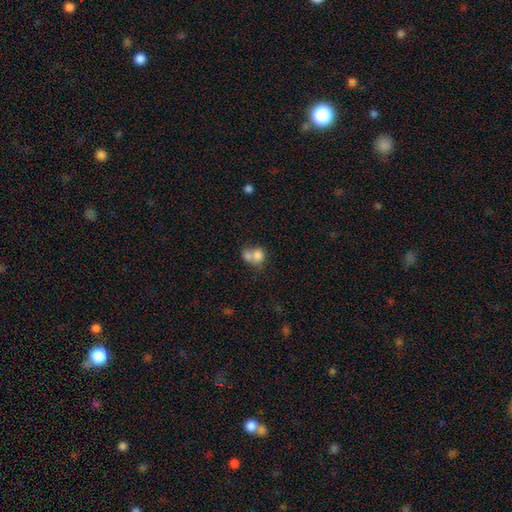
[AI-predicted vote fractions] Smooth or featured? smooth (77%)
How rounded? round (64%)
Merging? merger (64%)